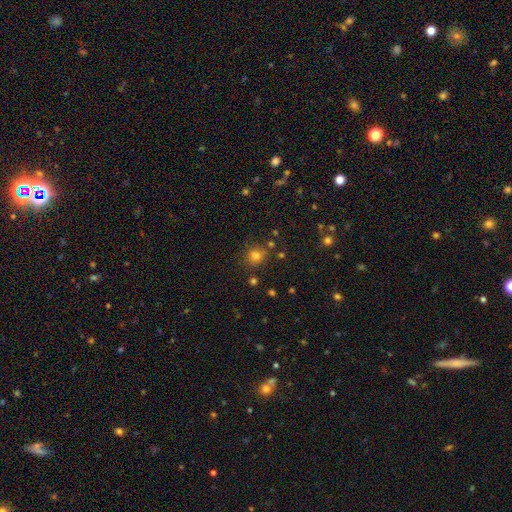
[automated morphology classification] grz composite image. It shows a smooth galaxy with no disk features (75%) that is round (81%). Merging: none (76%).